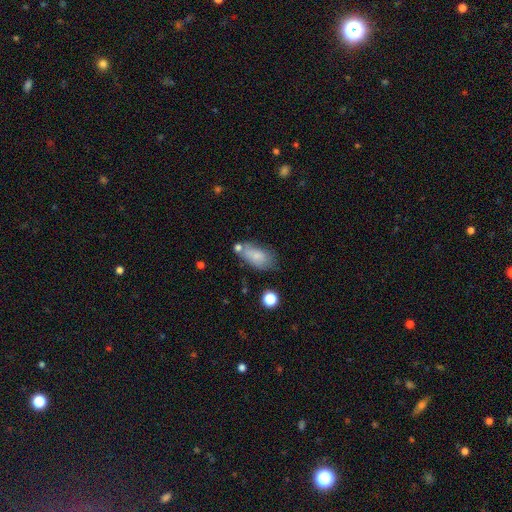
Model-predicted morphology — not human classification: This is likely a smooth galaxy (76%). How rounded: clearly in between (90%). Merging: possibly none (49%).